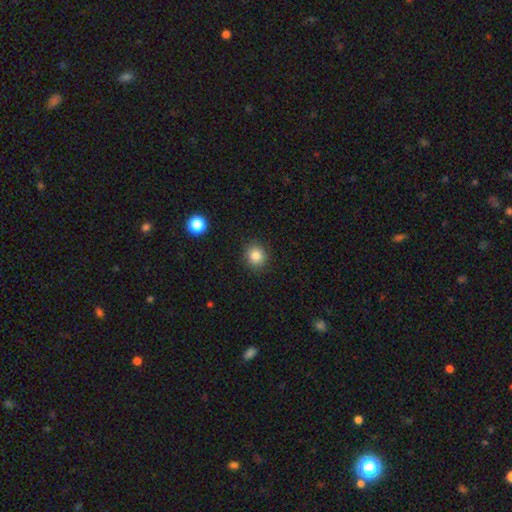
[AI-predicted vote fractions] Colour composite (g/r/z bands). It shows a smooth galaxy with no disk features (84%) that is round (86%). Merging: none (90%).